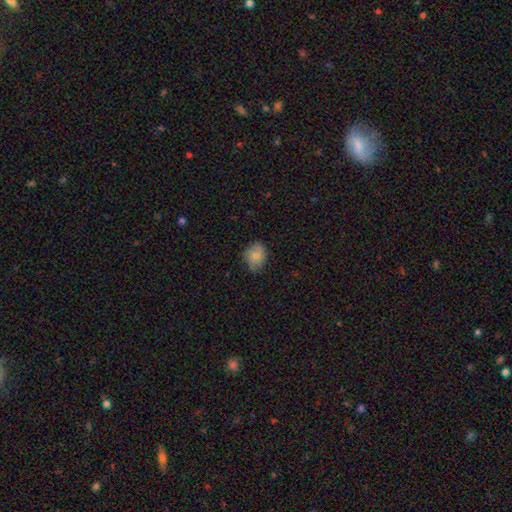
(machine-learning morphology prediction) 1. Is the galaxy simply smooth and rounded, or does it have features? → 74% smooth, 18% featured or disk, 8% star or artifact.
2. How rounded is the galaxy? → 58% in between, 41% round, 1% cigar-shaped.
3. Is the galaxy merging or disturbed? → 68% none, 25% minor disturbance, 6% major disturbance, 1% merger.